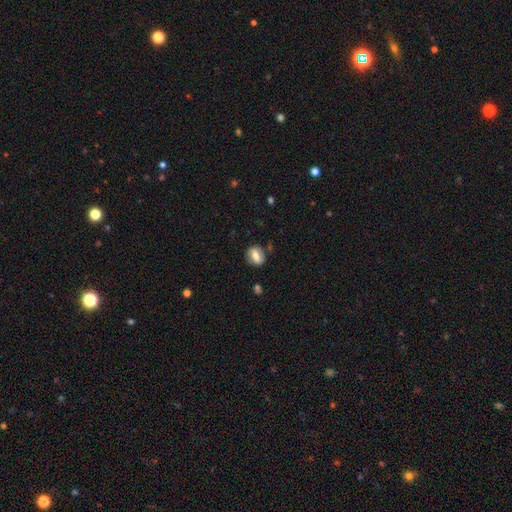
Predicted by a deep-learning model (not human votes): Smooth or featured: smooth — 58% (featured or disk — 33%)
How rounded: in between — 53% (round — 44%)
Merging: none — 77% (minor disturbance — 15%)